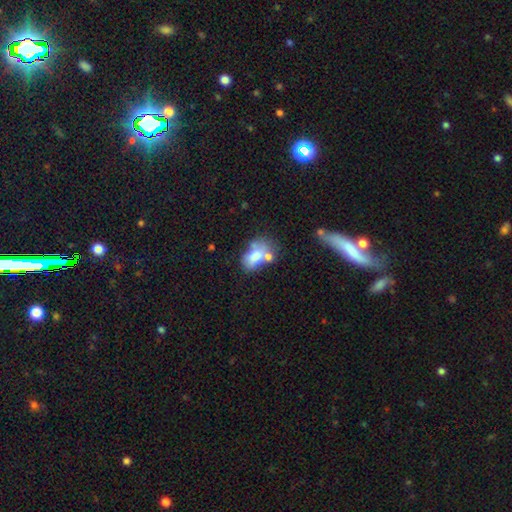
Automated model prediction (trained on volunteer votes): Smooth or featured? smooth (65%)
How rounded? in between (86%)
Merging? merger (35%)